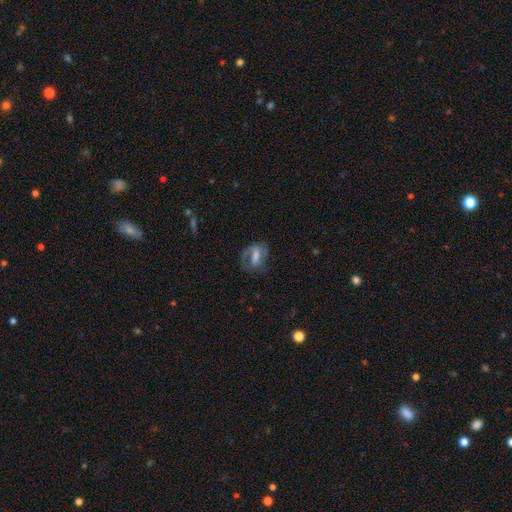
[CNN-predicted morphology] The model was most divided on "smooth or featured": featured or disk: 53%, smooth: 38%, star or artifact: 9%. More confident: edge-on disk — no (92%); merging — none (54%).